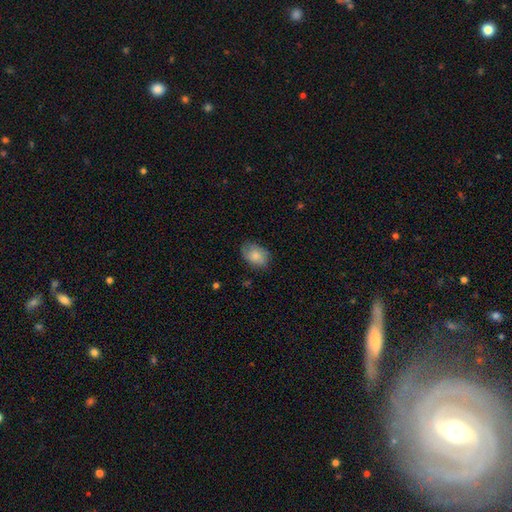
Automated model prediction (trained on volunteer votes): A smooth galaxy with no disk features (80%) that is in between round and cigar-shaped (77%). Merging: none (71%).